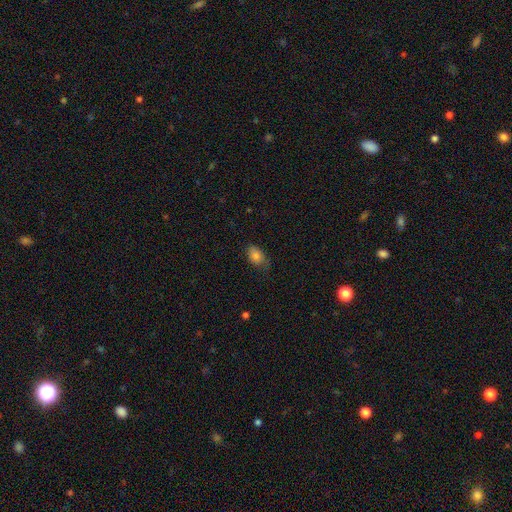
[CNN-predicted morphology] Overall: smooth (81%). How rounded: in between (85%). Merging: none (58%; minor disturbance 31%).